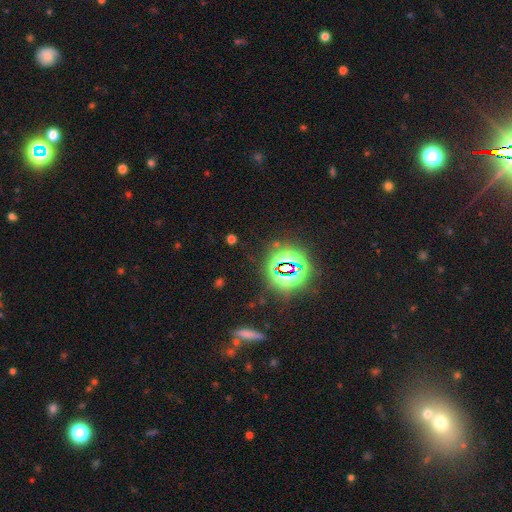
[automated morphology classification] smooth-or-featured: star or artifact: 79% | smooth: 12% | featured or disk: 8%